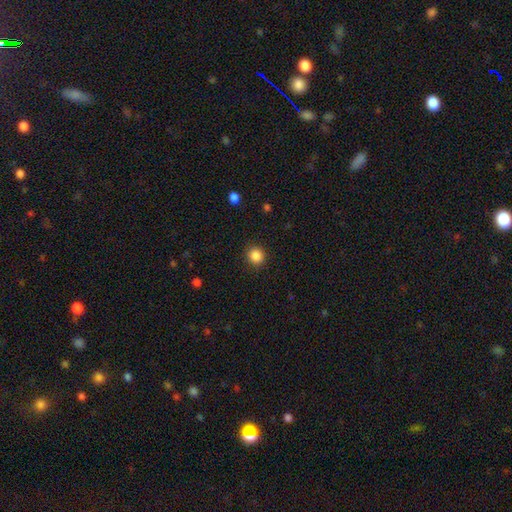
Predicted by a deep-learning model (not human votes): smooth_or_featured: smooth (p=0.87) [alt: star or artifact p=0.10]
how_rounded: round (p=0.89) [alt: in between p=0.10]
merging: none (p=0.91) [alt: minor disturbance p=0.06]